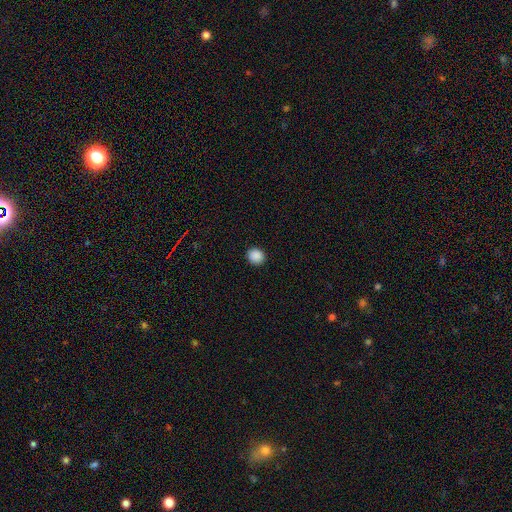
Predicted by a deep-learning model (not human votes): Smooth or featured: smooth — 89% (star or artifact — 9%)
How rounded: round — 87% (in between — 12%)
Merging: none — 92% (minor disturbance — 5%)